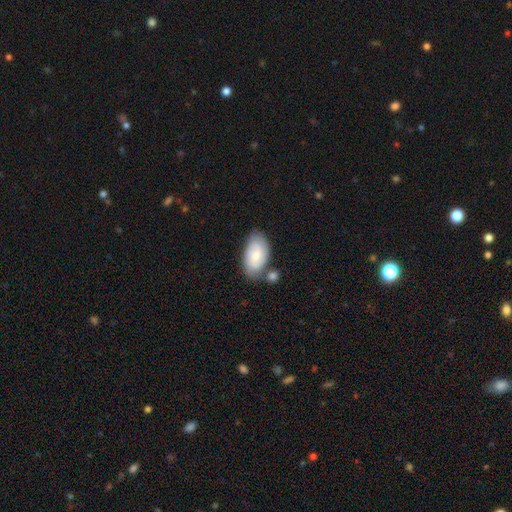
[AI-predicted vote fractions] smooth_or_featured: smooth (p=0.62) [alt: featured or disk p=0.32]
how_rounded: in between (p=0.94) [alt: round p=0.04]
merging: none (p=0.59) [alt: minor disturbance p=0.19]